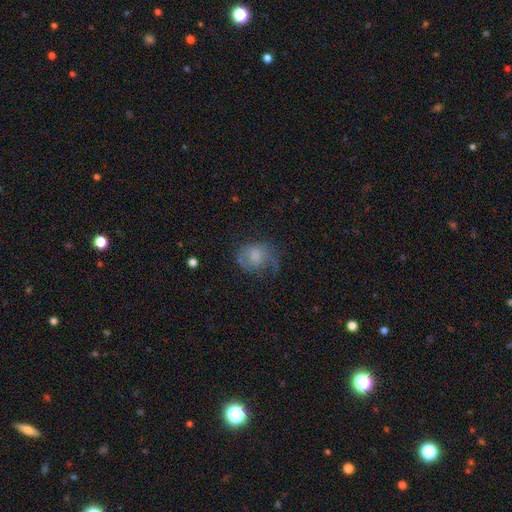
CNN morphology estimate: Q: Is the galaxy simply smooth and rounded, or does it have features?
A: smooth — 55%.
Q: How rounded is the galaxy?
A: round — 59%.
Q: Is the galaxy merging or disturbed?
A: none — 36%.